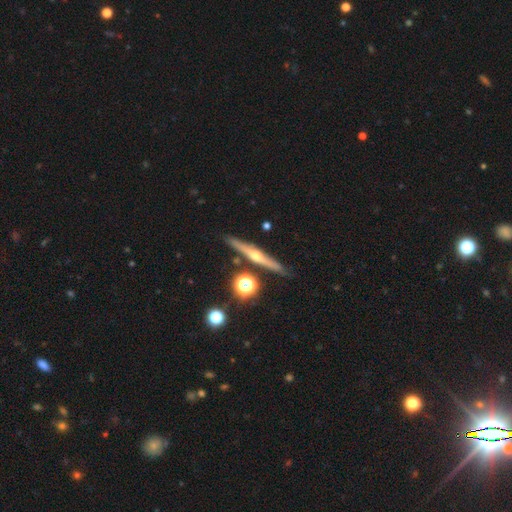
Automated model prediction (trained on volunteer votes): Smooth or featured? Predicted: featured or disk (p=0.75). Edge-on disk? Predicted: yes (p=0.97). Edge-on bulge? Predicted: rounded (p=0.89). Merging? Predicted: none (p=0.88).